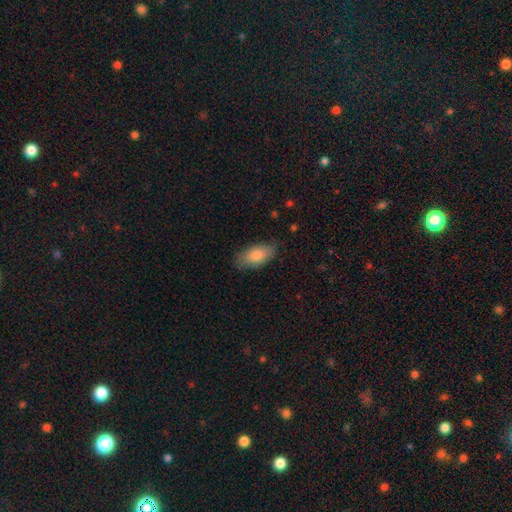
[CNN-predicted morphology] smooth-or-featured: smooth: 83% | featured or disk: 11% | star or artifact: 6%
  how-rounded: in between: 91% | cigar-shaped: 6% | round: 3%
  merging: none: 80% | minor disturbance: 16% | major disturbance: 3% | merger: 1%